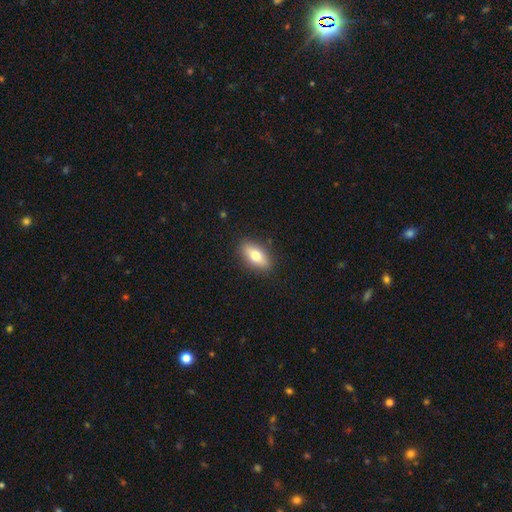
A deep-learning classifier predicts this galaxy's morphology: Q: Smooth or featured?
A: smooth (72%); runner-up: featured or disk (21%)
Q: How rounded?
A: in between (83%); runner-up: cigar-shaped (12%)
Q: Merging?
A: none (87%); runner-up: minor disturbance (9%)